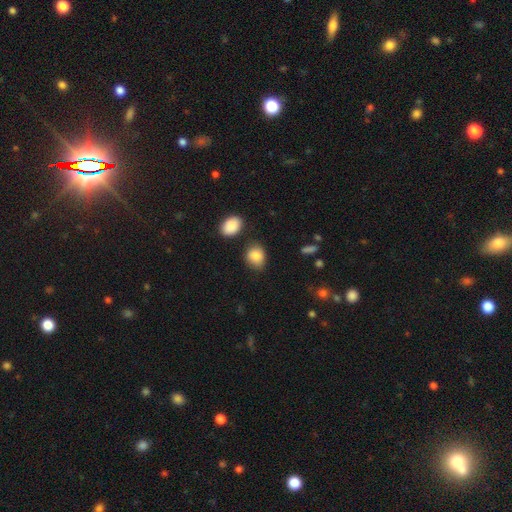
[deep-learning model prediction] Q: Smooth or featured?
A: smooth (86%); runner-up: star or artifact (8%)
Q: How rounded?
A: in between (51%); runner-up: round (48%)
Q: Merging?
A: none (72%); runner-up: minor disturbance (18%)